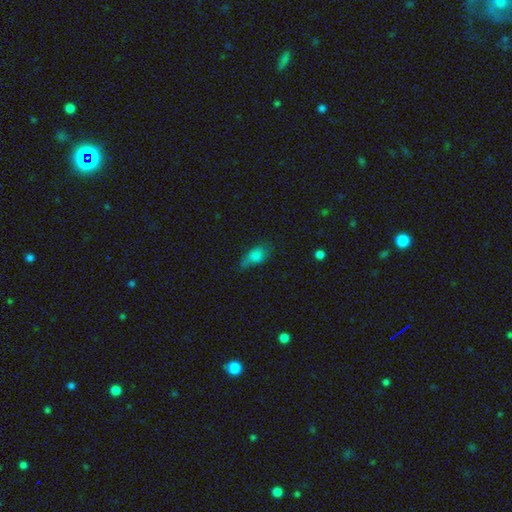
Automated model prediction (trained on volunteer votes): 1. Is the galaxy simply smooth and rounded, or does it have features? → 79% smooth, 11% featured or disk, 11% star or artifact.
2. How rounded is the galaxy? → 82% in between, 10% cigar-shaped, 8% round.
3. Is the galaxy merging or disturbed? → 44% none, 37% minor disturbance, 16% major disturbance, 3% merger.